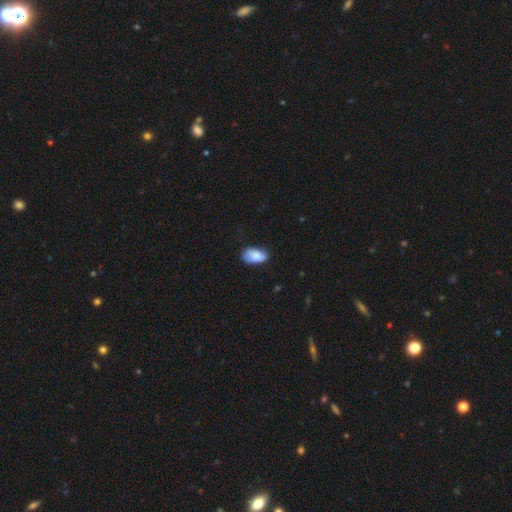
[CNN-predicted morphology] Overall: smooth (85%). How rounded: in between (93%). Merging: none (65%; minor disturbance 28%).